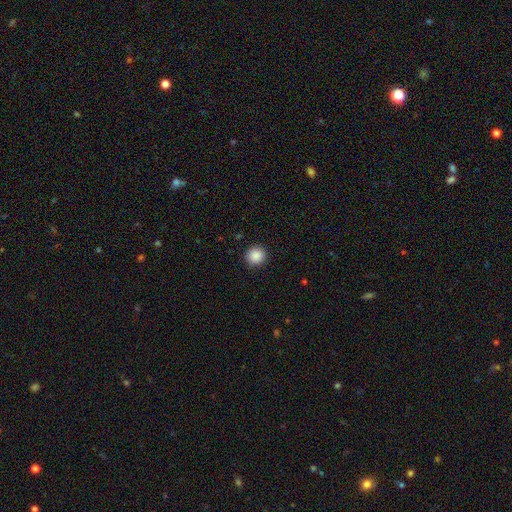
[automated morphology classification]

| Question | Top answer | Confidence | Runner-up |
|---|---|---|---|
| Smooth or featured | smooth | 88% | star or artifact (9%) |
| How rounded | round | 94% | in between (5%) |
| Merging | none | 91% | minor disturbance (6%) |